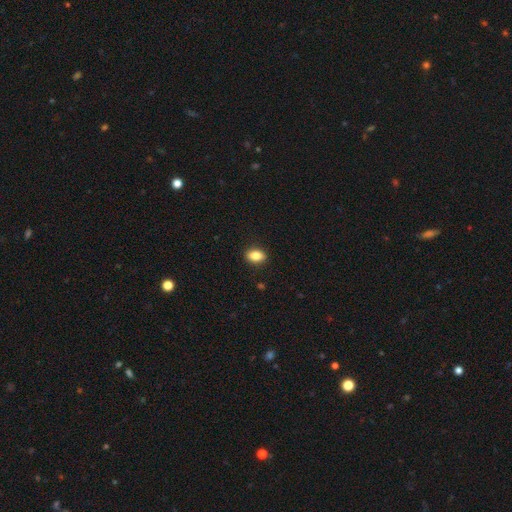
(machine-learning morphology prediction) smooth 86%, star or artifact 8%, featured or disk 6%. Down the decision tree: how rounded — in between (81%); merging — none (89%).